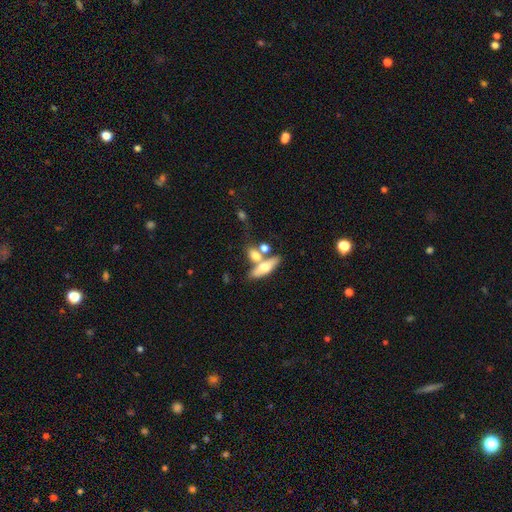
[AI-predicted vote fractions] A smooth galaxy with no disk features (59%) that is in between round and cigar-shaped (60%).

Vote fractions:
- Smooth or featured? smooth: 59% / featured or disk: 33% / star or artifact: 8%
- How rounded? in between: 60% / cigar-shaped: 27% / round: 12%
- Merging? merger: 41% (tied) / none: 41% (tied) / minor disturbance: 12% / major disturbance: 6%